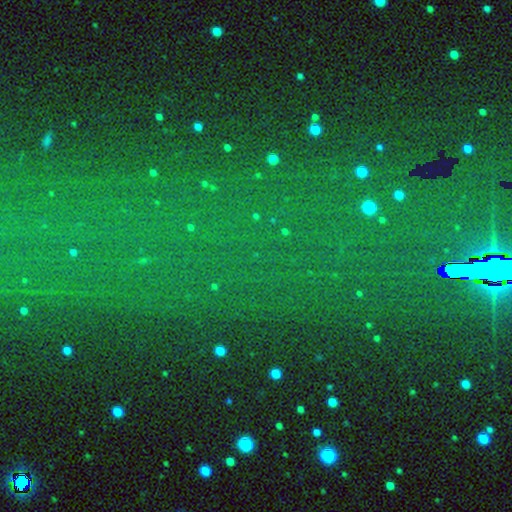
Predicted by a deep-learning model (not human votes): The model was most divided on "smooth or featured": star or artifact: 81%, smooth: 10%, featured or disk: 8%.